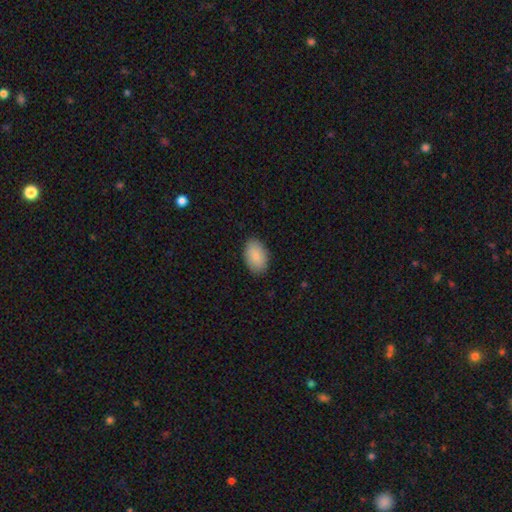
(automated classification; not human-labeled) This appears to be a smooth galaxy with no disk features (86%) that is in between round and cigar-shaped (90%). Merging: none (87%).